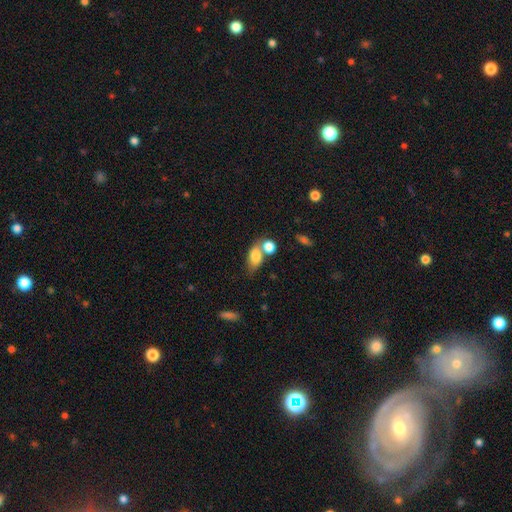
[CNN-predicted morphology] A smooth galaxy with no disk features (80%) that is in between round and cigar-shaped (81%).

Vote fractions:
- Smooth or featured? smooth: 80% / featured or disk: 11% / star or artifact: 8%
- How rounded? in between: 81% / round: 16% / cigar-shaped: 4%
- Merging? merger: 45% / none: 35% / minor disturbance: 14% / major disturbance: 7%